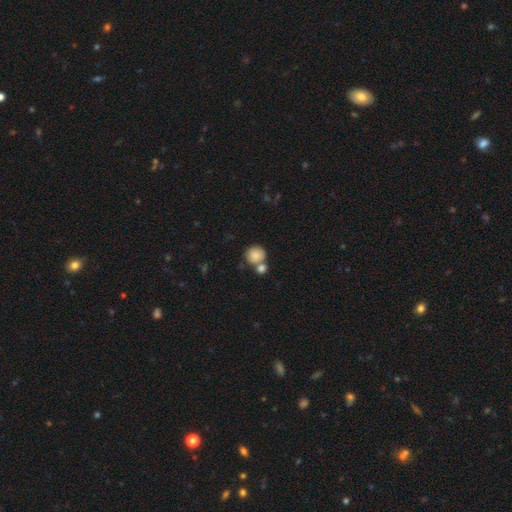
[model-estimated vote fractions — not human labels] This is clearly a smooth galaxy (86%). How rounded: clearly round (87%). Merging: possibly none (52%).